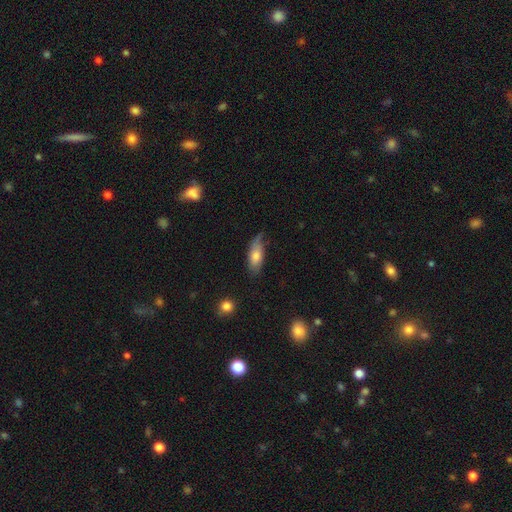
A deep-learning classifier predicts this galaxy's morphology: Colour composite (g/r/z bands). It shows a smooth galaxy with no disk features (71%) that is in between round and cigar-shaped (76%). Merging: none (54%).